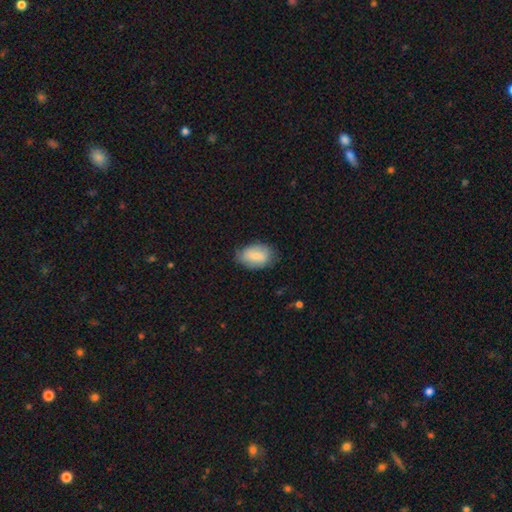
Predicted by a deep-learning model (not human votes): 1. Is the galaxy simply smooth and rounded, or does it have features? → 74% smooth, 19% featured or disk, 6% star or artifact.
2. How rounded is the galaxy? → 89% in between, 9% round, 2% cigar-shaped.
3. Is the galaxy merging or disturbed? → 72% none, 22% minor disturbance, 5% major disturbance, 1% merger.